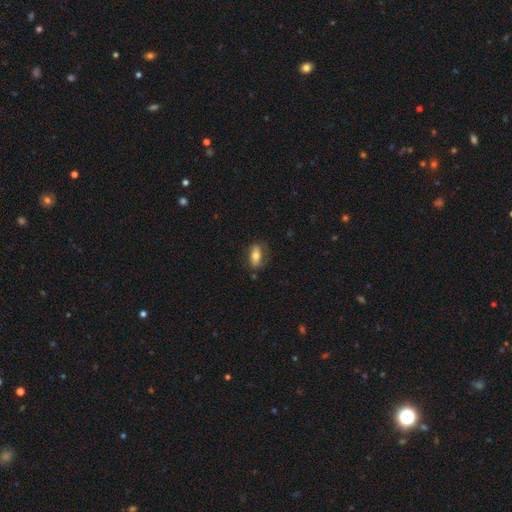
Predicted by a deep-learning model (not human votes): Morphology: type=smooth (65%); roundness=in between (79%); merging=none (74%).